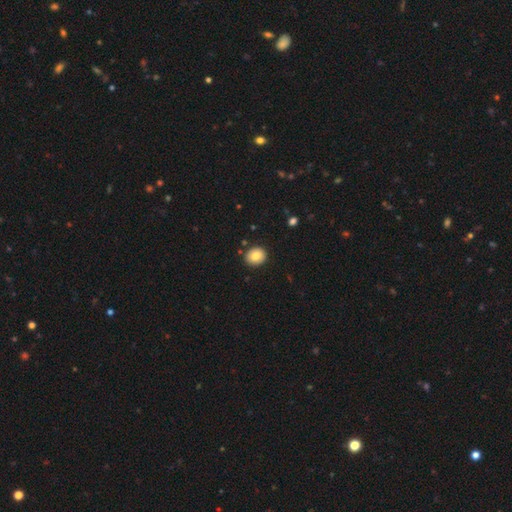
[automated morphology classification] Q: Smooth or featured?
A: smooth (82%); runner-up: featured or disk (10%)
Q: How rounded?
A: round (70%); runner-up: in between (29%)
Q: Merging?
A: none (89%); runner-up: minor disturbance (7%)